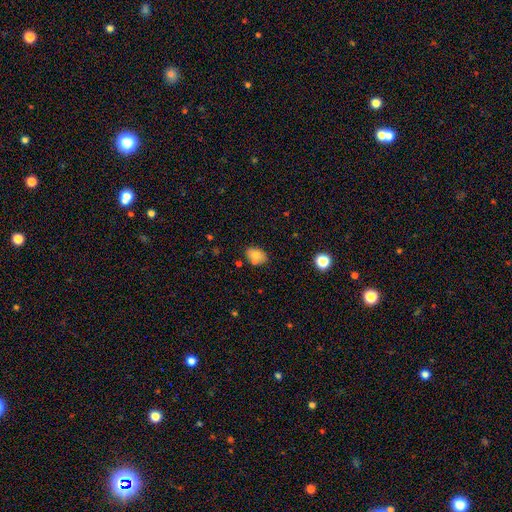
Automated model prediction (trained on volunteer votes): Smooth or featured?
  - smooth: 81% *
  - star or artifact: 10%
  - featured or disk: 10%
How rounded?
  - in between: 79% *
  - round: 20%
  - cigar-shaped: 1%
Merging?
  - none: 70% *
  - minor disturbance: 18%
  - merger: 9%
  - major disturbance: 4%